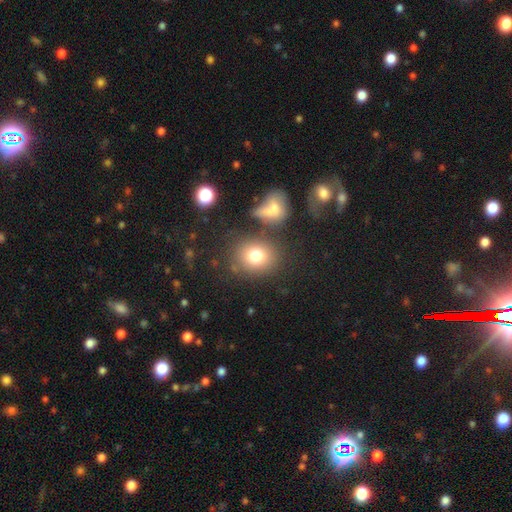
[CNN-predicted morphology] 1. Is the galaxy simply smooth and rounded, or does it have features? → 77% smooth, 12% star or artifact, 11% featured or disk.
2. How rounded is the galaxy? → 69% round, 30% in between, 1% cigar-shaped.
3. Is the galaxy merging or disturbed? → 73% none, 11% minor disturbance, 10% merger, 6% major disturbance.